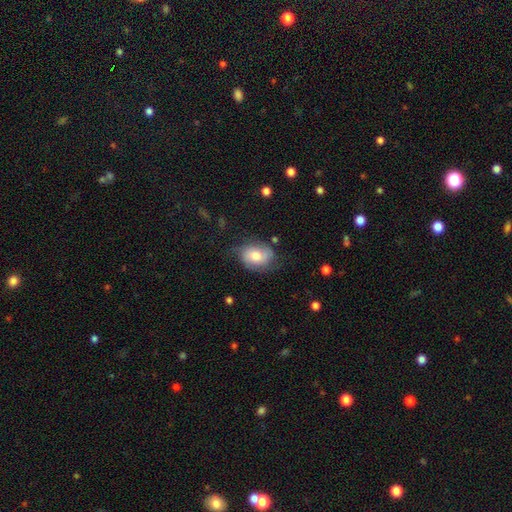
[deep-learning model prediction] smooth_or_featured: smooth (p=0.56) [alt: featured or disk p=0.36]
how_rounded: in between (p=0.65) [alt: round p=0.33]
merging: none (p=0.60) [alt: minor disturbance p=0.27]